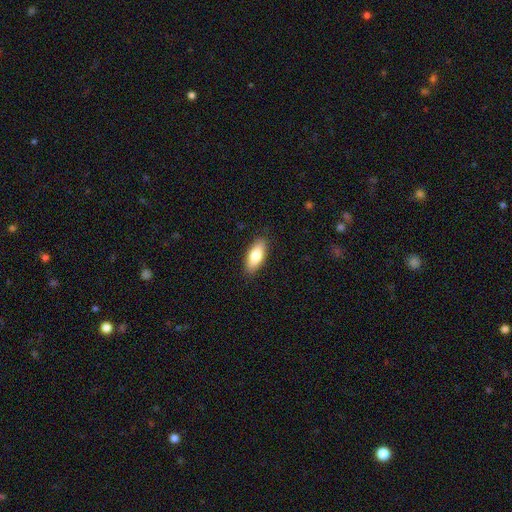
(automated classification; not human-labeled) Smooth or featured?
  - smooth: 80% *
  - featured or disk: 14%
  - star or artifact: 6%
How rounded?
  - in between: 80% *
  - cigar-shaped: 18%
  - round: 2%
Merging?
  - none: 87% *
  - minor disturbance: 10%
  - major disturbance: 2%
  - merger: 1%